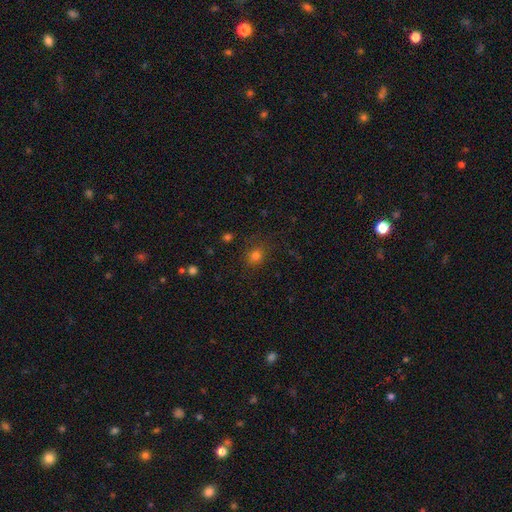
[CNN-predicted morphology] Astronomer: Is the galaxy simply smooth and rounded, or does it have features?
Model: smooth — 76%.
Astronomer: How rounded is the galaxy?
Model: round — 75%.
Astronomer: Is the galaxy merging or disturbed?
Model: none — 79%.